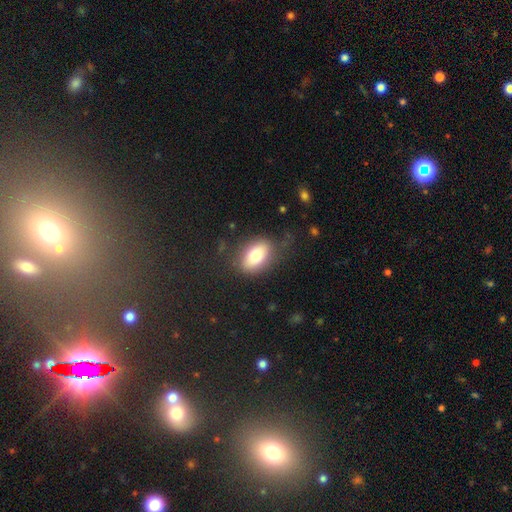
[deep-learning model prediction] Smooth or featured? Predicted: smooth (p=0.76). How rounded? Predicted: in between (p=0.86). Merging? Predicted: none (p=0.74).